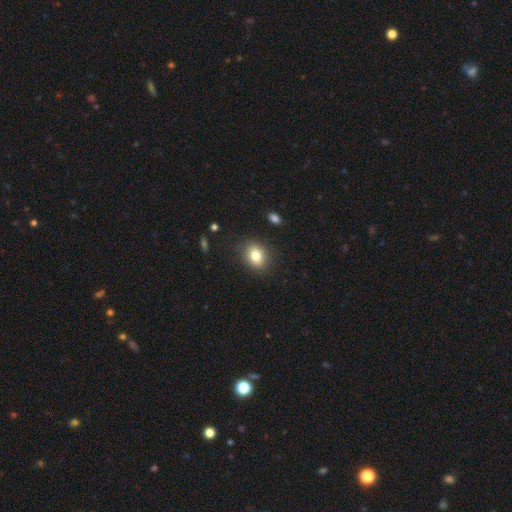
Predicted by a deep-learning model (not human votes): Overall: smooth (80%). How rounded: in between (54%; round 45%). Merging: none (86%).